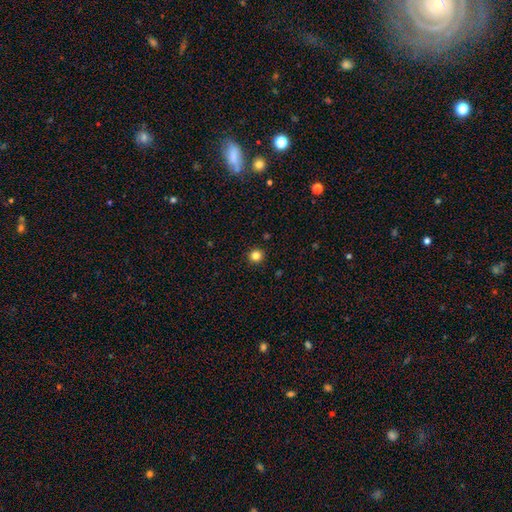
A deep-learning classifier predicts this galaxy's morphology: type=smooth (83%); roundness=round (94%); merging=none (93%).